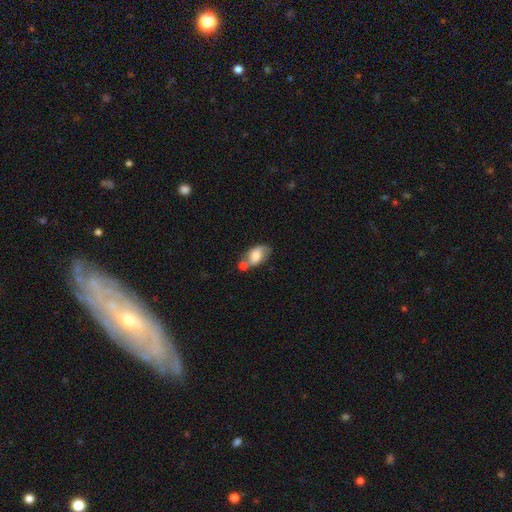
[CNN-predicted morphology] smooth 57%, featured or disk 35%, star or artifact 8%. Down the decision tree: how rounded — in between (88%); merging — none (37%).